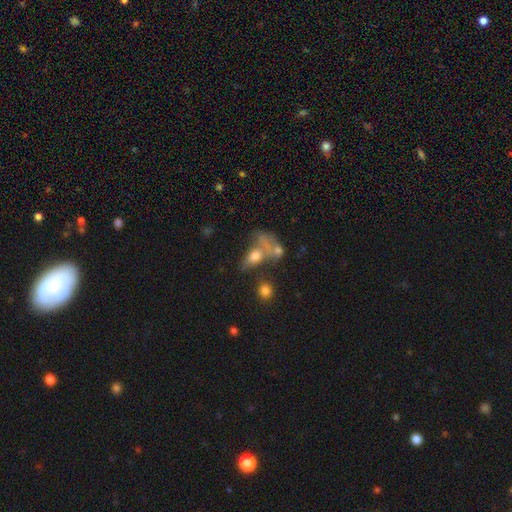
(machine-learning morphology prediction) smooth-or-featured: smooth: 62% | featured or disk: 25% | star or artifact: 14%
  how-rounded: in between: 73% | round: 18% | cigar-shaped: 9%
  merging: merger: 39% | none: 28% | major disturbance: 19% | minor disturbance: 14%